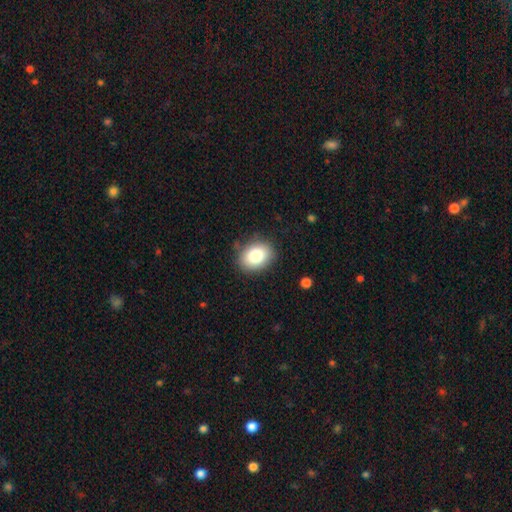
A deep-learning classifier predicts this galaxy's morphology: Overall: smooth (82%). How rounded: in between (64%; round 35%). Merging: none (84%).